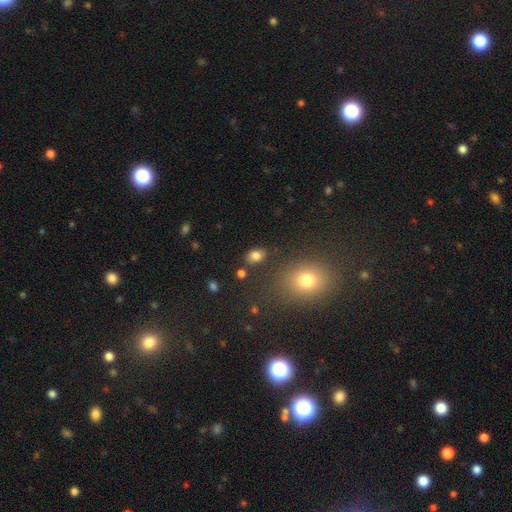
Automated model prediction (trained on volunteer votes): Smooth or featured: smooth — 82% (star or artifact — 12%)
How rounded: in between — 75% (round — 23%)
Merging: none — 81% (minor disturbance — 11%)